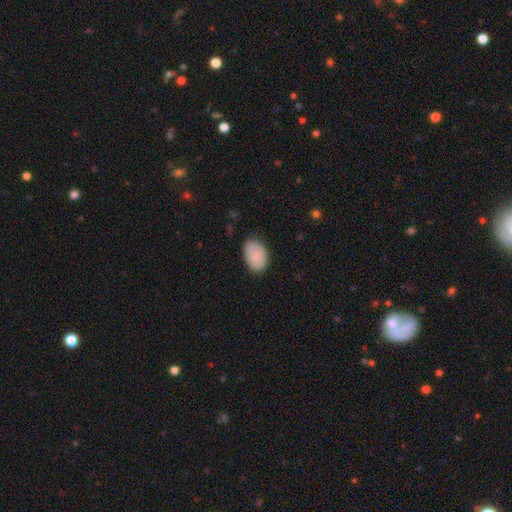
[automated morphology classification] Smooth or featured?
  - smooth: 82% *
  - featured or disk: 12%
  - star or artifact: 6%
How rounded?
  - in between: 88% *
  - round: 11%
  - cigar-shaped: 1%
Merging?
  - none: 79% *
  - minor disturbance: 17%
  - major disturbance: 3%
  - merger: 1%